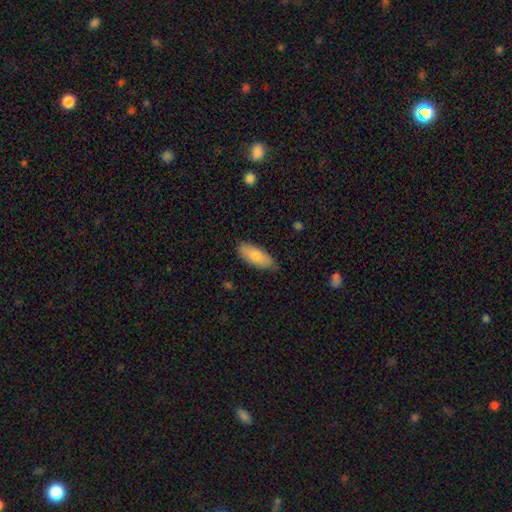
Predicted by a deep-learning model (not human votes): Overall: smooth (79%). How rounded: in between (83%). Merging: none (78%).